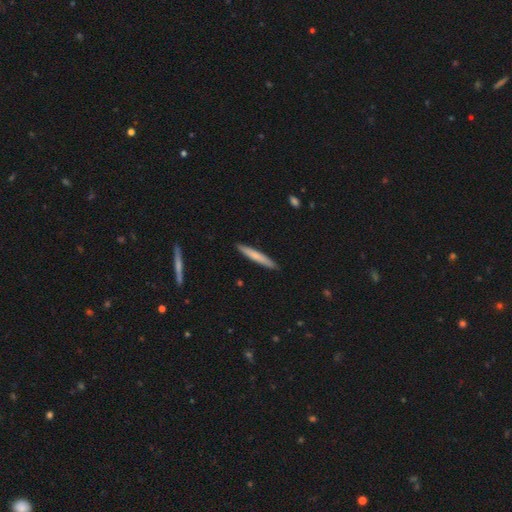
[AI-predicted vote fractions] Morphology: type=smooth (66%); roundness=cigar-shaped (96%); merging=none (91%).